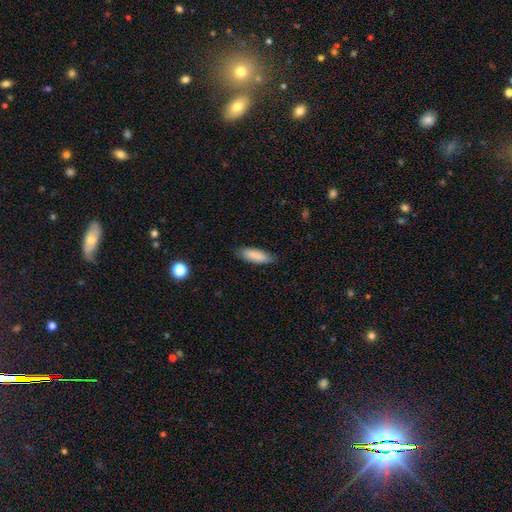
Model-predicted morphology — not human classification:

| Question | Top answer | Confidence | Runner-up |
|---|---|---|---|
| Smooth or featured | smooth | 88% | star or artifact (6%) |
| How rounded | in between | 63% | cigar-shaped (36%) |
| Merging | none | 83% | minor disturbance (13%) |